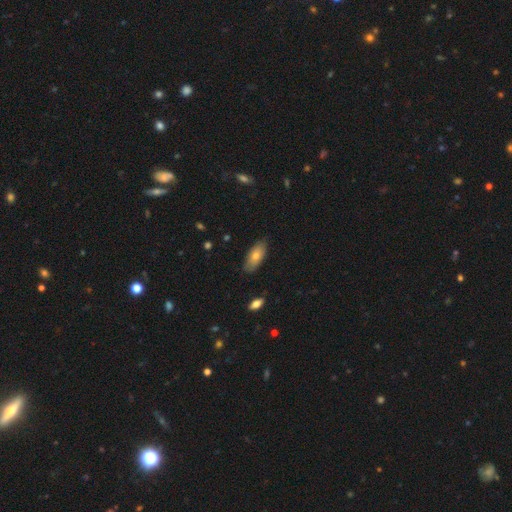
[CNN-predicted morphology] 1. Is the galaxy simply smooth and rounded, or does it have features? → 73% smooth, 20% featured or disk, 7% star or artifact.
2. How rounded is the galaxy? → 85% in between, 12% cigar-shaped, 3% round.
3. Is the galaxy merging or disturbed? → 80% none, 16% minor disturbance, 2% major disturbance, 1% merger.